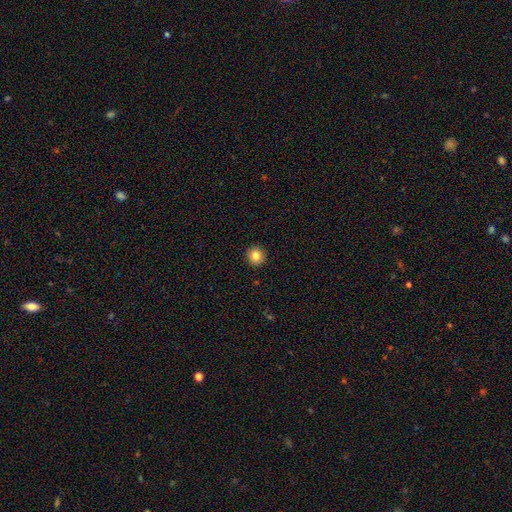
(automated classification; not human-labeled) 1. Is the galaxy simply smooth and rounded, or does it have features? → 84% smooth, 10% star or artifact, 7% featured or disk.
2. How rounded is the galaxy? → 94% round, 5% in between, 1% cigar-shaped.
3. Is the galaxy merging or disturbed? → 93% none, 5% minor disturbance, 1% major disturbance, 1% merger.